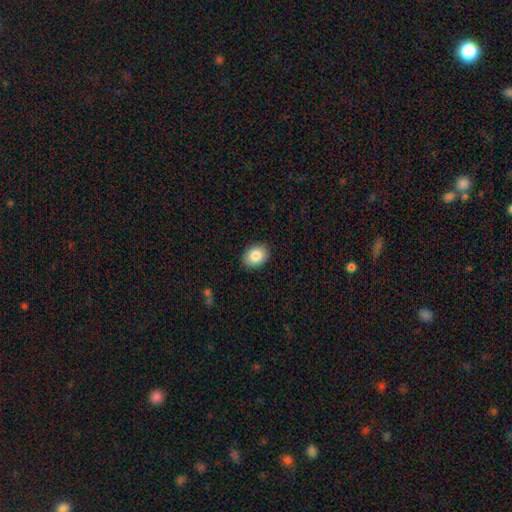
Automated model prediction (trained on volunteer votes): Morphology: type=smooth (85%); roundness=in between (69%); merging=none (89%).